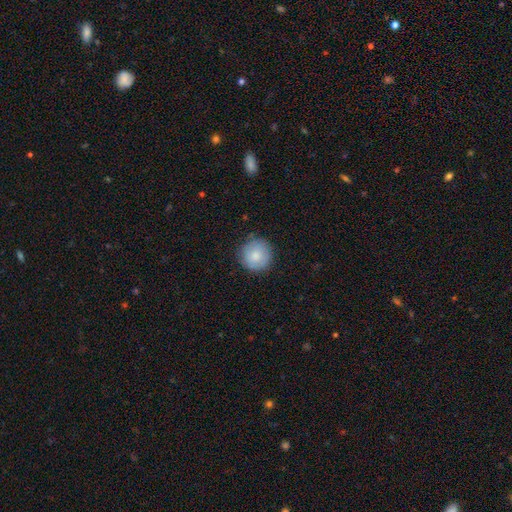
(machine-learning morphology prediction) Q: Smooth or featured?
A: smooth (82%); runner-up: featured or disk (11%)
Q: How rounded?
A: round (94%); runner-up: in between (5%)
Q: Merging?
A: none (84%); runner-up: minor disturbance (13%)